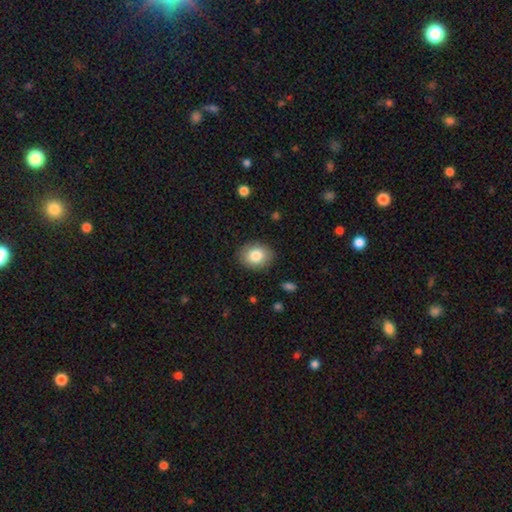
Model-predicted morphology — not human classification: smooth 82%, featured or disk 9%, star or artifact 8%. Down the decision tree: how rounded — in between (52%); merging — none (87%).